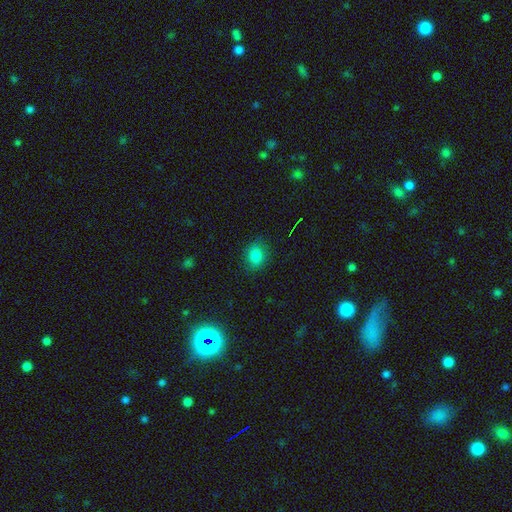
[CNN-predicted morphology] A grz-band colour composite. It shows a smooth galaxy with no disk features (82%) that is round (53%). Merging: none (84%).